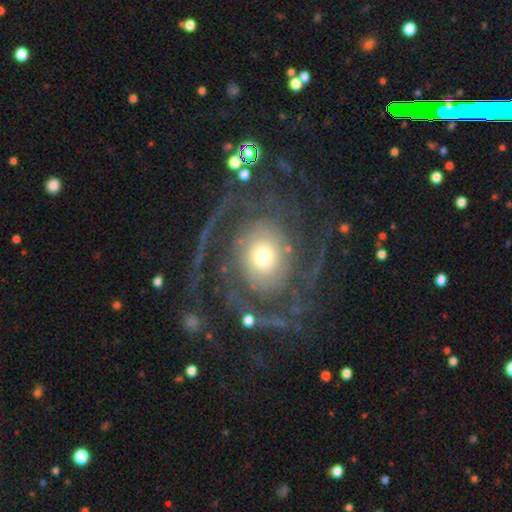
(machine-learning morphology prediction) Smooth or featured?
  - featured or disk: 78% *
  - smooth: 15%
  - star or artifact: 7%
Edge-on disk?
  - no: 96% *
  - yes: 4%
Bar?
  - no: 80% *
  - weak: 14%
  - strong: 5%
Spiral arms?
  - yes: 84% *
  - no: 16%
Spiral winding?
  - tight: 42% *
  - medium: 30%
  - loose: 28%
Spiral arm count?
  - 2: 34% *
  - can't tell: 26%
  - 3: 12%
  - 1: 11%
  - 4: 9%
  - more than 4: 8%
Bulge size?
  - moderate: 54% *
  - small: 30%
  - large: 12%
  - dominant: 3%
  - none: 2%
Merging?
  - none: 55% *
  - major disturbance: 28%
  - minor disturbance: 13%
  - merger: 4%